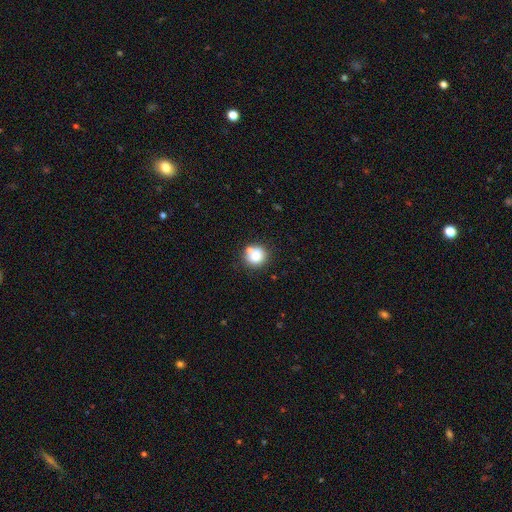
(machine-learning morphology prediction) Smooth or featured: smooth — 75% (featured or disk — 15%)
How rounded: round — 88% (in between — 11%)
Merging: none — 62% (merger — 22%)